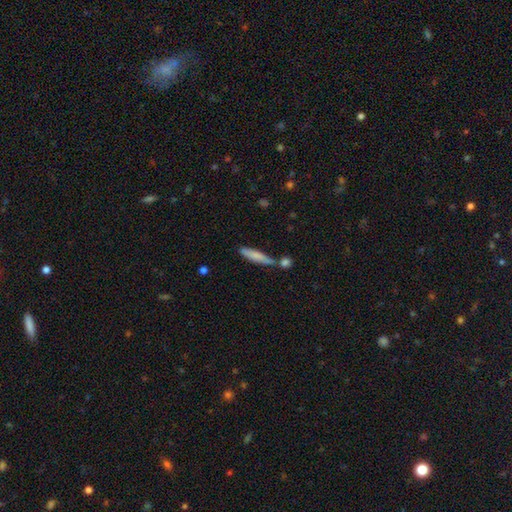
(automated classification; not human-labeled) Smooth or featured? smooth (71%)
How rounded? cigar-shaped (85%)
Merging? none (63%)